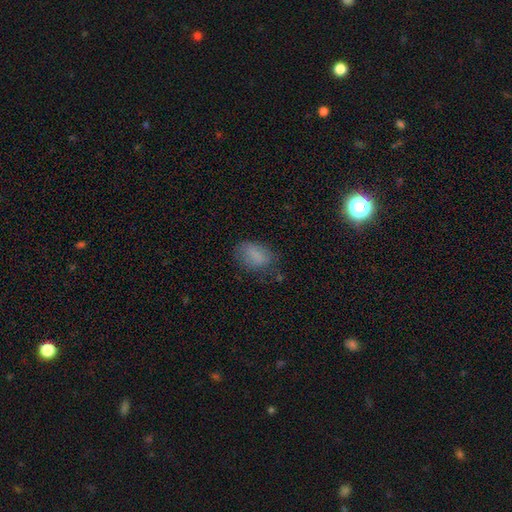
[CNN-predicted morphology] smooth 78%, featured or disk 11%, star or artifact 11%. Down the decision tree: how rounded — in between (86%); merging — none (63%).